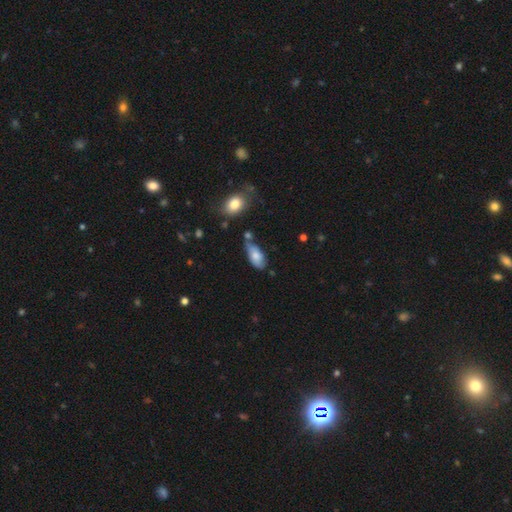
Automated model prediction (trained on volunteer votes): This is likely a smooth galaxy (73%). How rounded: clearly in between (89%). Merging: possibly none (51%).